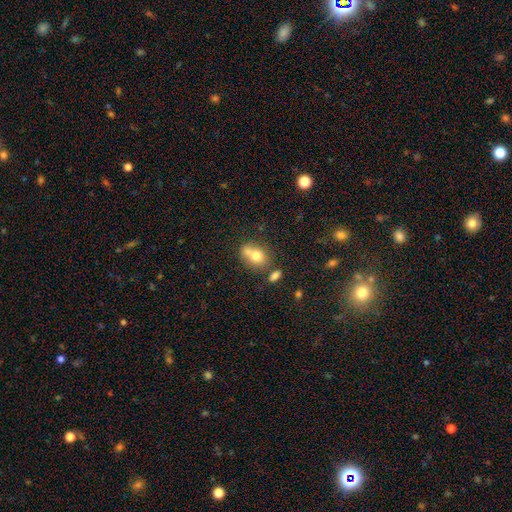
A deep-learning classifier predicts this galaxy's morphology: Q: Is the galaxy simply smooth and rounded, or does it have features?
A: smooth — 72%.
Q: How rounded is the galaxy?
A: in between — 57%.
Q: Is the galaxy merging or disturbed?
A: merger — 41%.